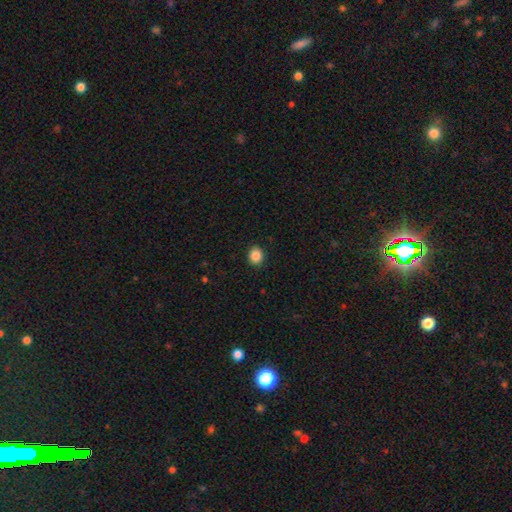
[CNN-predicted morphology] Smooth or featured?
  - smooth: 87% *
  - star or artifact: 10%
  - featured or disk: 4%
How rounded?
  - round: 65% *
  - in between: 34%
  - cigar-shaped: 1%
Merging?
  - none: 92% *
  - minor disturbance: 6%
  - major disturbance: 2%
  - merger: 1%